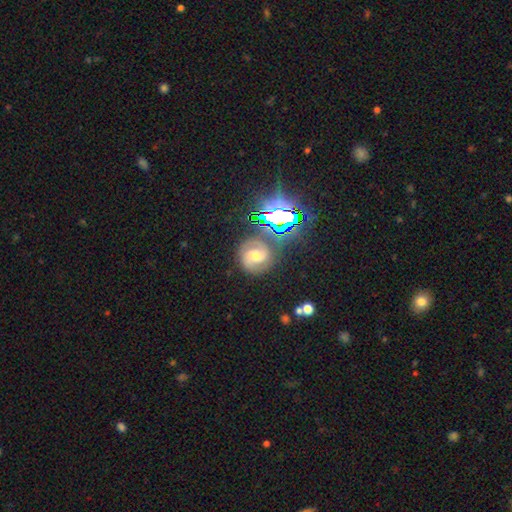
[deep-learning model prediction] Smooth or featured? Predicted: featured or disk (p=0.65). Edge-on disk? Predicted: no (p=0.97). Bar? Predicted: weak (p=0.46). Spiral arms? Predicted: yes (p=0.93). Spiral winding? Predicted: medium (p=0.47). Spiral arm count? Predicted: 2 (p=0.82). Bulge size? Predicted: moderate (p=0.60). Merging? Predicted: none (p=0.77).